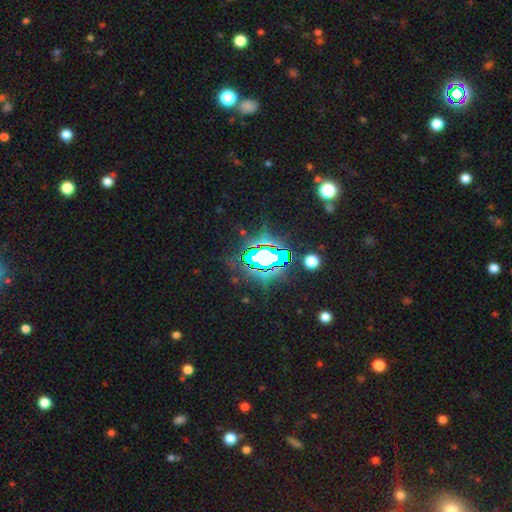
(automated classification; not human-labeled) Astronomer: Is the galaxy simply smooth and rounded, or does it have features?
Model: star or artifact — 83%.